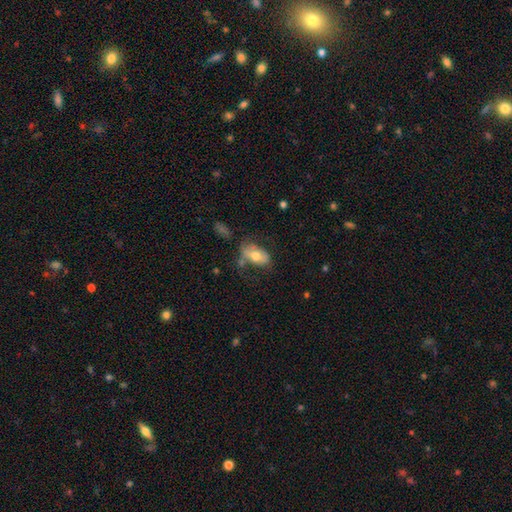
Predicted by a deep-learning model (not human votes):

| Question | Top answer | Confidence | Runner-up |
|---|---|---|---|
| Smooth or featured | smooth | 61% | featured or disk (32%) |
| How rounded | in between | 90% | round (7%) |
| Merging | none | 44% | minor disturbance (29%) |